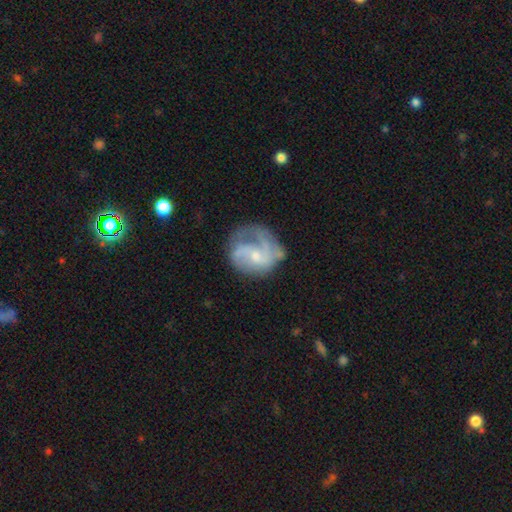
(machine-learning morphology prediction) The model was most divided on "spiral winding": medium: 45%, loose: 28%, tight: 27%. Remaining: edge-on disk — no (98%); spiral arms — yes (87%); smooth or featured — featured or disk (75%); bulge size — small (67%); bar — no (60%); merging — none (47%); spiral arm count — 2 (46%).